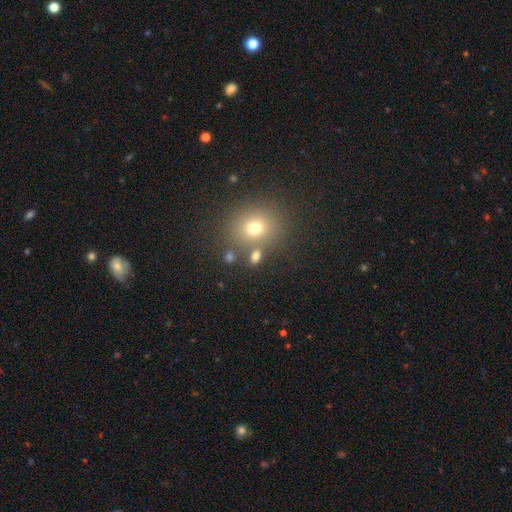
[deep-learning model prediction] Overall: smooth (71%). How rounded: in between (55%; round 43%). Merging: none (67%).